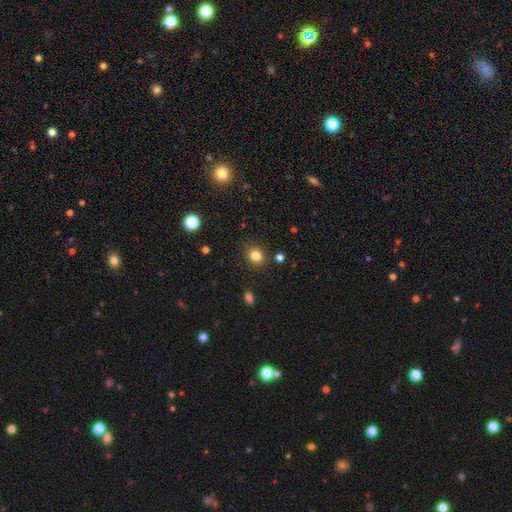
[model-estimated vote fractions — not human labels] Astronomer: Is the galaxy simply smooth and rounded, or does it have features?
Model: smooth — 82%.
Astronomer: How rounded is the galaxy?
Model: round — 63%.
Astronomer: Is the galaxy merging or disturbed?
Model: none — 86%.